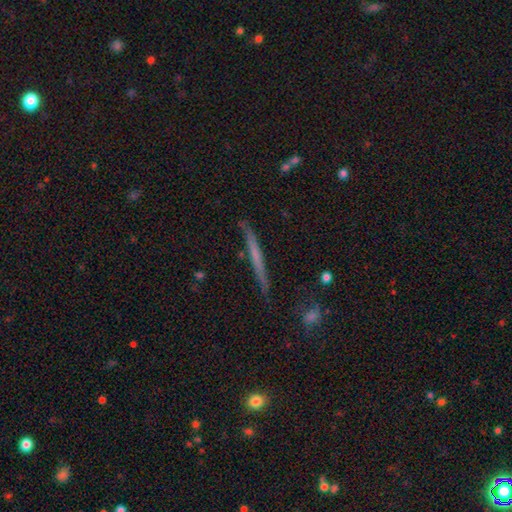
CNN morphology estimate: Smooth or featured: featured or disk — 50% (smooth — 43%)
Edge-on disk: yes — 96% (no — 4%)
Merging: none — 84% (minor disturbance — 11%)